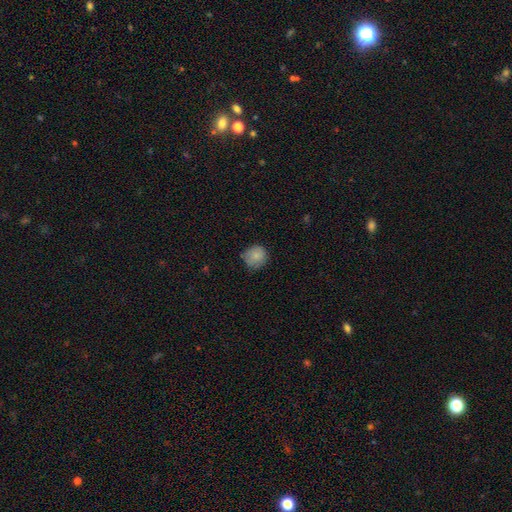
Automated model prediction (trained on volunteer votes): This appears to be a smooth galaxy with no disk features (83%) that is round (89%). Merging: none (70%).